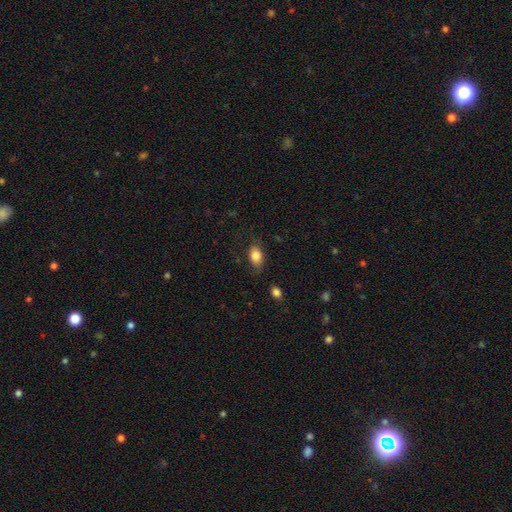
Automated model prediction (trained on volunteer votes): smooth 84%, star or artifact 8%, featured or disk 8%. Down the decision tree: how rounded — in between (83%); merging — none (76%).